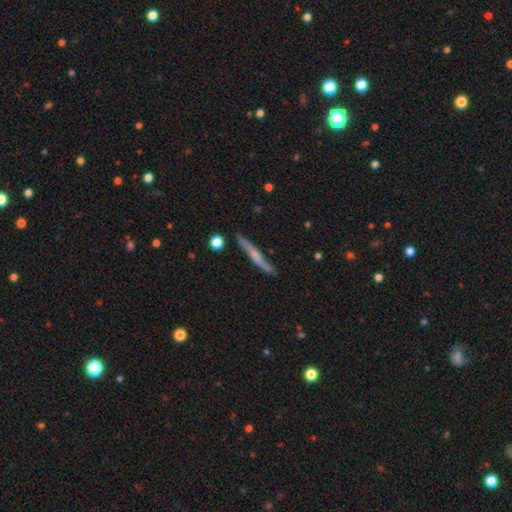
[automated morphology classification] A featured or disk galaxy (53%) viewed edge-on (90%).

Vote fractions:
- Smooth or featured? featured or disk: 53% / smooth: 41% / star or artifact: 6%
- Edge-on disk? yes: 90% / no: 10%
- Merging? none: 82% / minor disturbance: 13% / major disturbance: 3% / merger: 2%